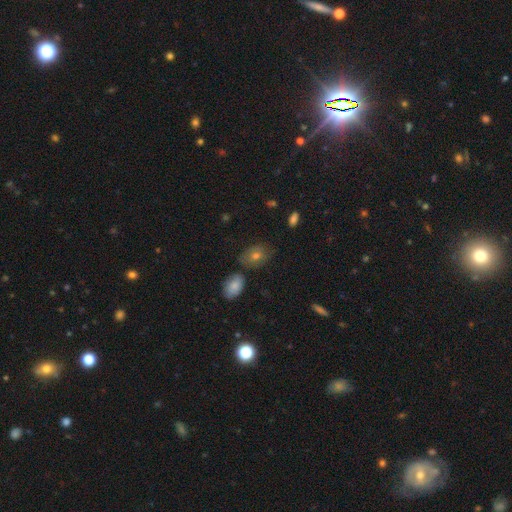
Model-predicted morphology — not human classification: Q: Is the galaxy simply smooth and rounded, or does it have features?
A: smooth — 62%.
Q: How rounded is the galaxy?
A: in between — 70%.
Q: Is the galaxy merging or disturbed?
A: none — 69%.